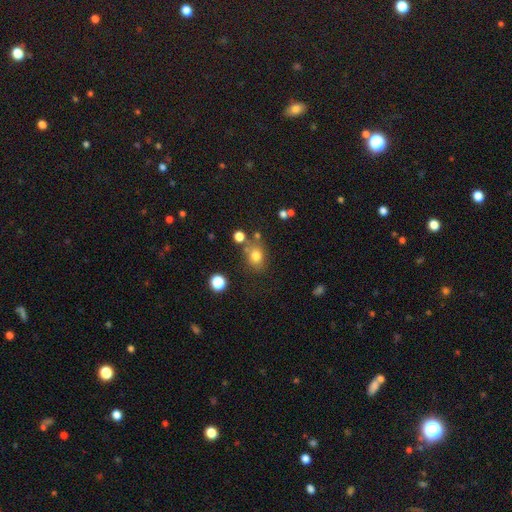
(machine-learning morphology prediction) smooth_or_featured: smooth (p=0.76) [alt: star or artifact p=0.15]
how_rounded: round (p=0.57) [alt: in between p=0.42]
merging: none (p=0.68) [alt: minor disturbance p=0.14]